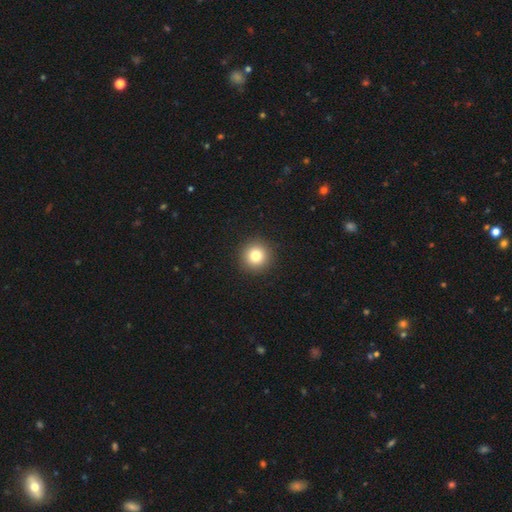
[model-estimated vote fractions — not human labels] Overall: smooth (81%). How rounded: round (95%). Merging: none (93%).